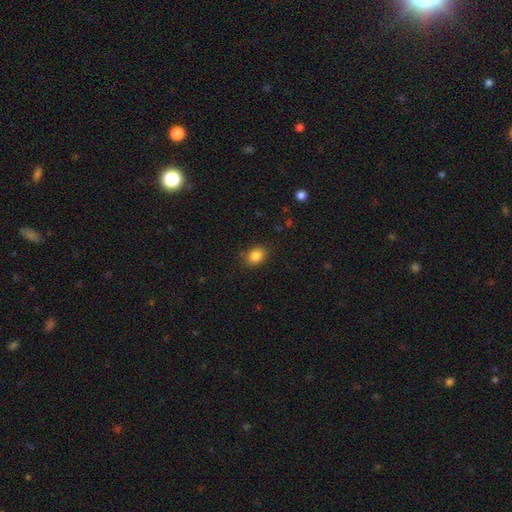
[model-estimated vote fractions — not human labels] Smooth or featured? smooth (85%)
How rounded? in between (59%)
Merging? none (83%)